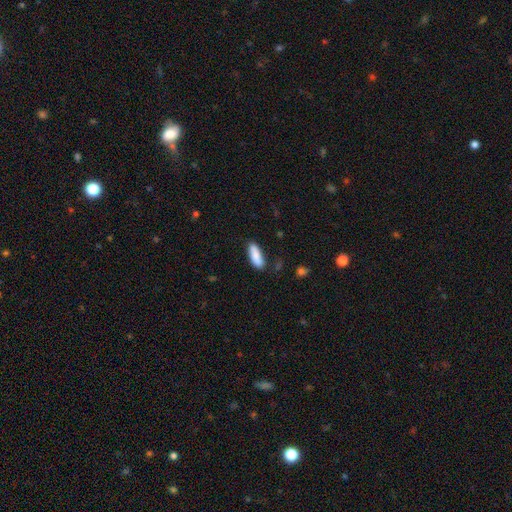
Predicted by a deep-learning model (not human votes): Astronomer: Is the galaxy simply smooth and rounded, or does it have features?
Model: smooth — 85%.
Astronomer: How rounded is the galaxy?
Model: in between — 61% (runner-up: cigar-shaped, 37%).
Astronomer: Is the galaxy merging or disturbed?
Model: none — 79%.